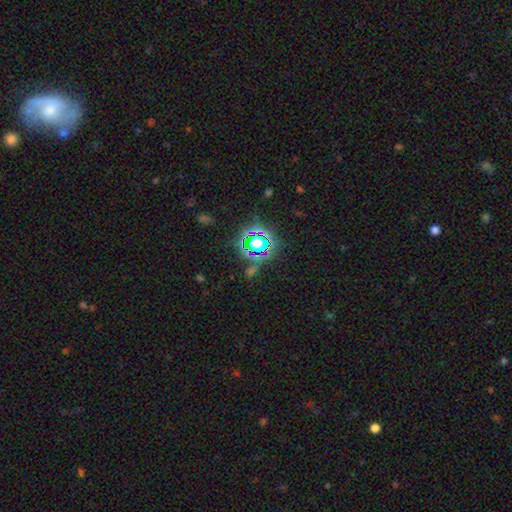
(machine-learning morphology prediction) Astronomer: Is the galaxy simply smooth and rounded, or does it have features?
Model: star or artifact — 78%.